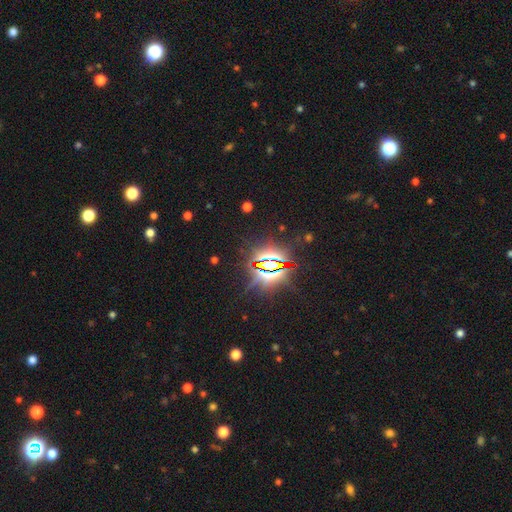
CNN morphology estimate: smooth-or-featured: star or artifact: 84% | smooth: 8% | featured or disk: 8%